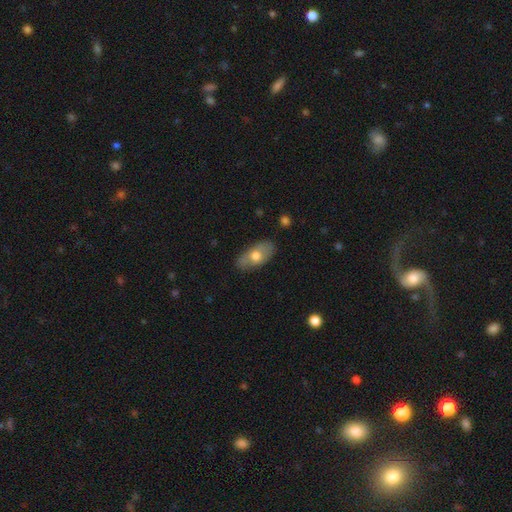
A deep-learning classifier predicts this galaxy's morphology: smooth 59%, featured or disk 35%, star or artifact 6%. Down the decision tree: how rounded — in between (89%); merging — none (79%).